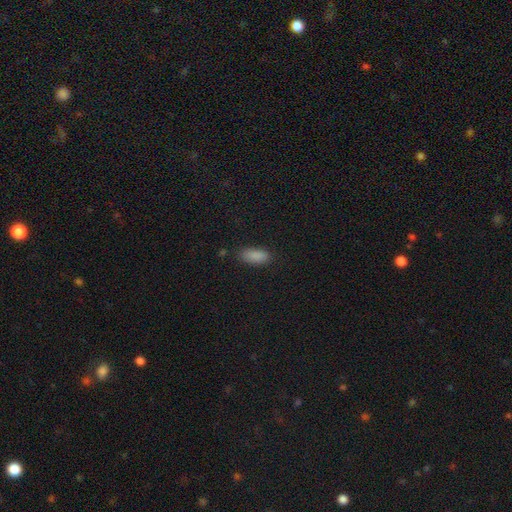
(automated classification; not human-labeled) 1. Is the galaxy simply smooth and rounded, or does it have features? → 88% smooth, 8% star or artifact, 4% featured or disk.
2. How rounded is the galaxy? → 82% in between, 16% cigar-shaped, 2% round.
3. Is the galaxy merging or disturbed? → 80% none, 15% minor disturbance, 3% major disturbance, 2% merger.